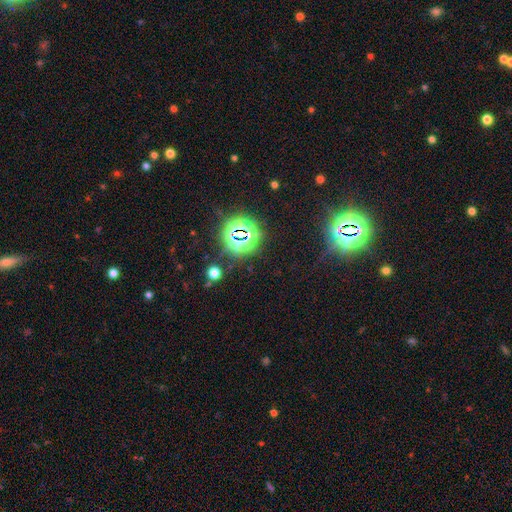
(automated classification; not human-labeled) Smooth or featured? Predicted: star or artifact (p=0.83).